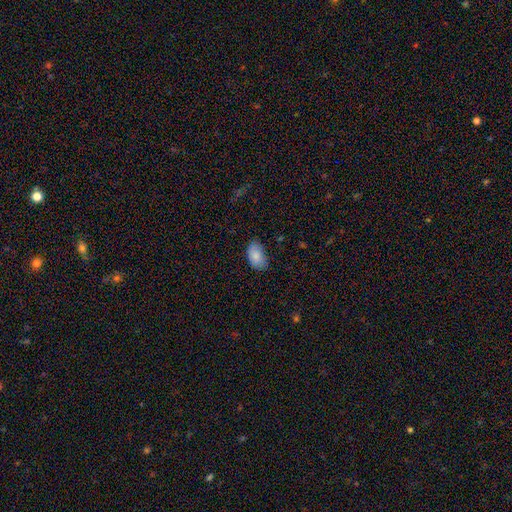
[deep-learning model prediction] Q: Smooth or featured?
A: smooth (86%); runner-up: star or artifact (7%)
Q: How rounded?
A: in between (93%); runner-up: round (6%)
Q: Merging?
A: none (77%); runner-up: minor disturbance (19%)